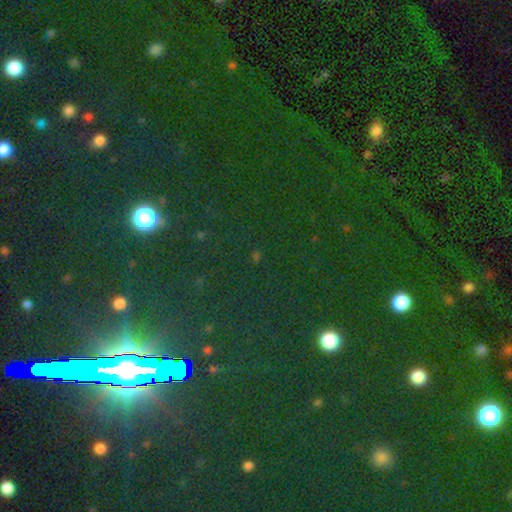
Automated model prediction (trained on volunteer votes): Smooth or featured: star or artifact — 76% (smooth — 14%)